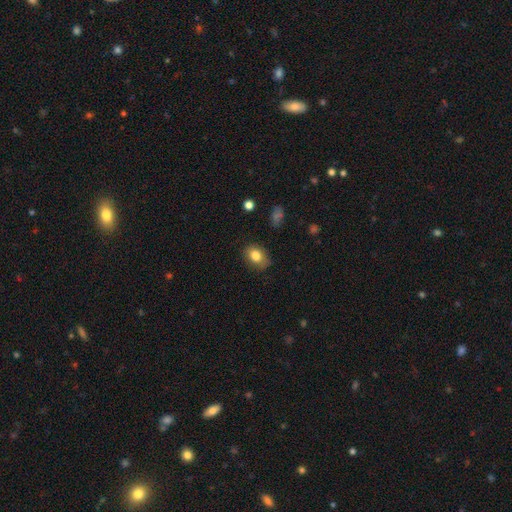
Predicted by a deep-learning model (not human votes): smooth-or-featured: smooth: 81% | featured or disk: 9% | star or artifact: 9%
  how-rounded: in between: 67% | round: 31% | cigar-shaped: 1%
  merging: none: 75% | minor disturbance: 19% | major disturbance: 4% | merger: 1%